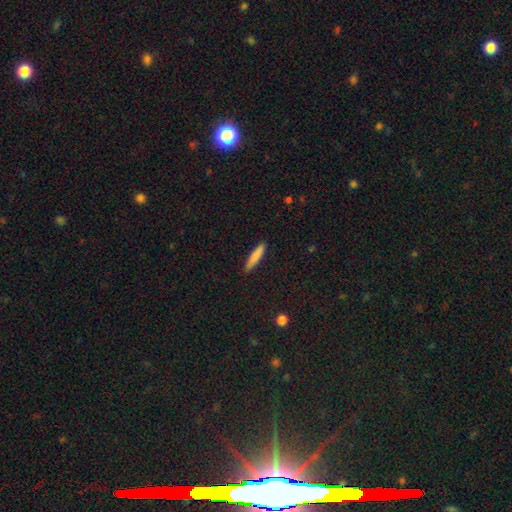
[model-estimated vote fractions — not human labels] smooth_or_featured: smooth (p=0.80) [alt: featured or disk p=0.14]
how_rounded: cigar-shaped (p=0.90) [alt: in between p=0.09]
merging: none (p=0.89) [alt: minor disturbance p=0.08]